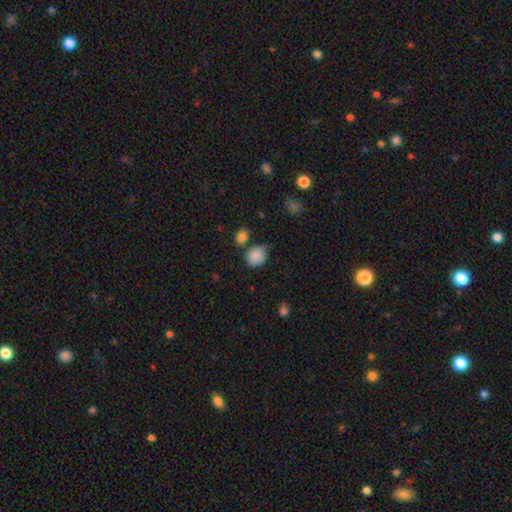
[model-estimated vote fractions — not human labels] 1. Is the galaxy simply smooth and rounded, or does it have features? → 85% smooth, 8% star or artifact, 7% featured or disk.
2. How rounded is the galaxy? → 69% round, 30% in between, 1% cigar-shaped.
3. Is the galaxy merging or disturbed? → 55% none, 27% minor disturbance, 11% merger, 7% major disturbance.